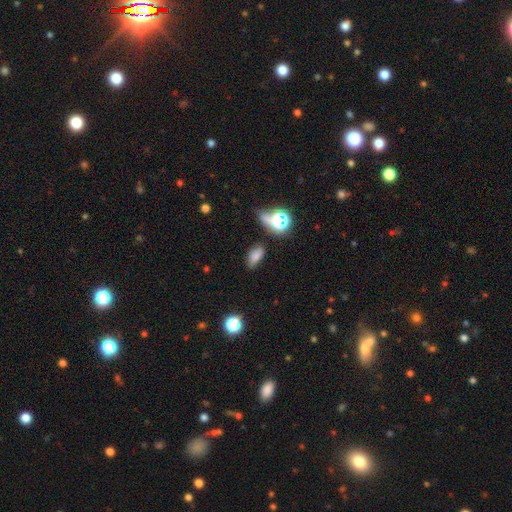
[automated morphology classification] The model was most divided on "merging": none: 69%, minor disturbance: 20%, major disturbance: 6%, merger: 5%. More confident: how rounded — in between (88%); smooth or featured — smooth (72%).